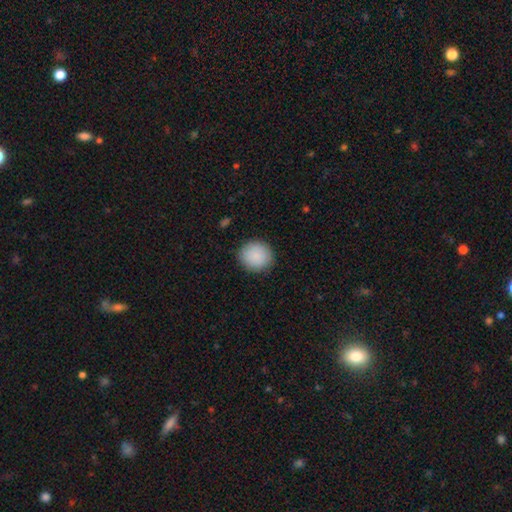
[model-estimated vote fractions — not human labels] A smooth galaxy with no disk features (89%) that is round (89%). Merging: none (89%).